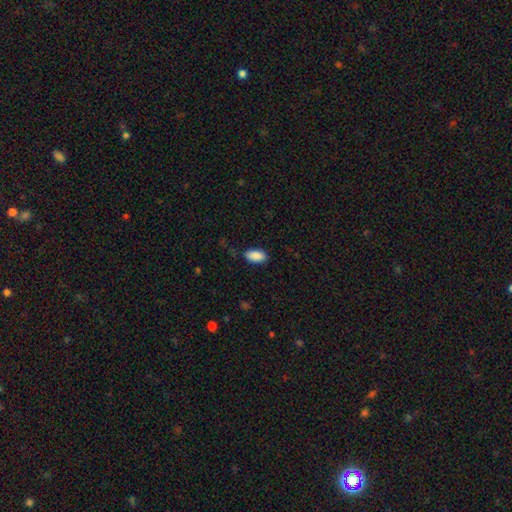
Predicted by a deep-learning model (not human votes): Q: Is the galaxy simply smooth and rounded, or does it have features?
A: smooth — 90%.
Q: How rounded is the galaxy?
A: in between — 94%.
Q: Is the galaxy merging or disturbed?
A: none — 83%.